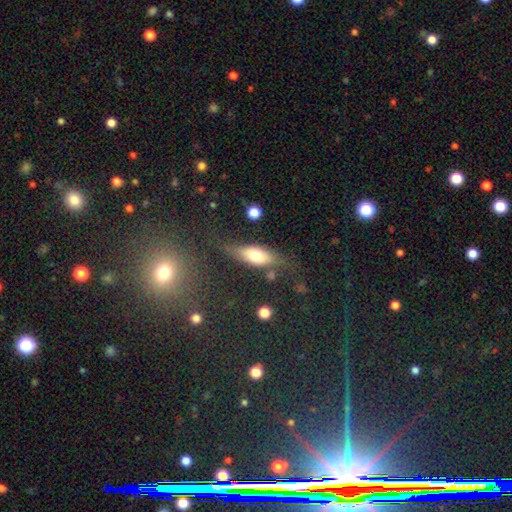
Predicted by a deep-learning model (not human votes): Q: Smooth or featured?
A: smooth (63%); runner-up: featured or disk (29%)
Q: How rounded?
A: in between (71%); runner-up: cigar-shaped (25%)
Q: Merging?
A: none (63%); runner-up: minor disturbance (22%)